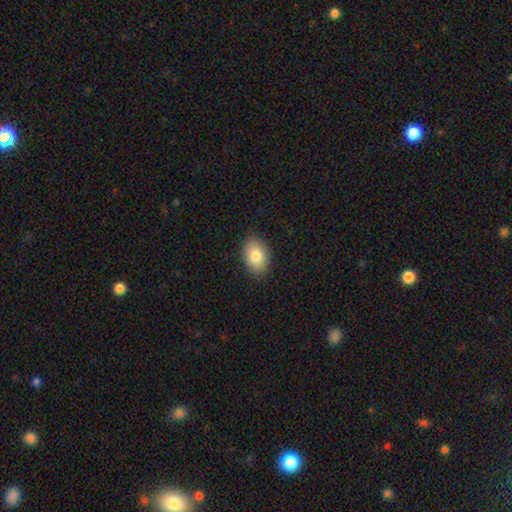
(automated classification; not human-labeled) Smooth or featured? Predicted: smooth (p=0.83). How rounded? Predicted: in between (p=0.87). Merging? Predicted: none (p=0.88).